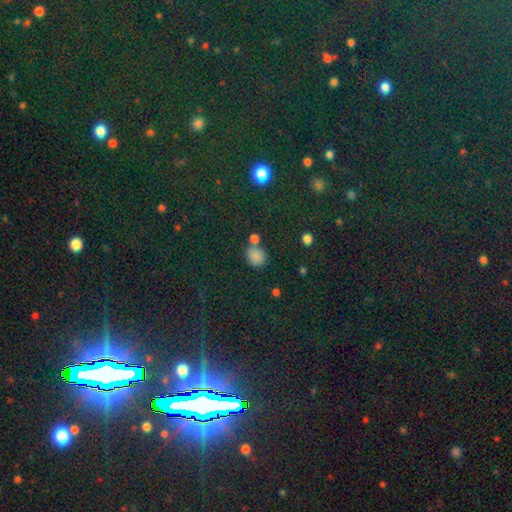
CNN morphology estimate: Smooth or featured?
  - smooth: 75% *
  - star or artifact: 19%
  - featured or disk: 6%
How rounded?
  - round: 74% *
  - in between: 25%
  - cigar-shaped: 1%
Merging?
  - none: 62% *
  - merger: 20%
  - minor disturbance: 13%
  - major disturbance: 5%